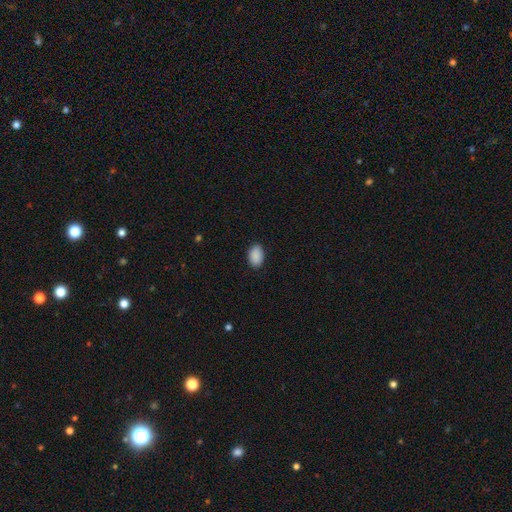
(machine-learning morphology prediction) smooth_or_featured: smooth (p=0.90) [alt: star or artifact p=0.07]
how_rounded: in between (p=0.90) [alt: round p=0.09]
merging: none (p=0.88) [alt: minor disturbance p=0.09]